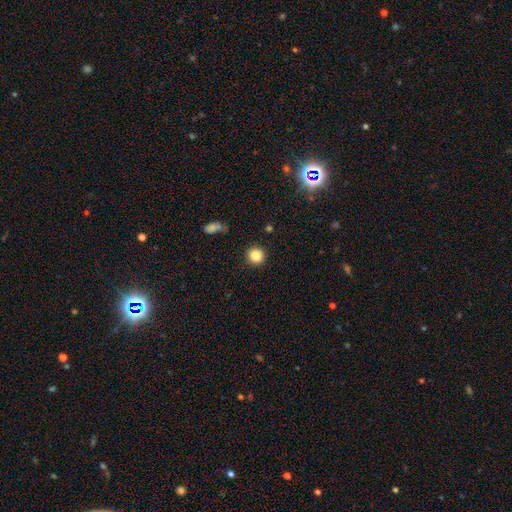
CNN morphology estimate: Q: Smooth or featured?
A: smooth (84%); runner-up: star or artifact (11%)
Q: How rounded?
A: round (92%); runner-up: in between (7%)
Q: Merging?
A: none (90%); runner-up: minor disturbance (6%)